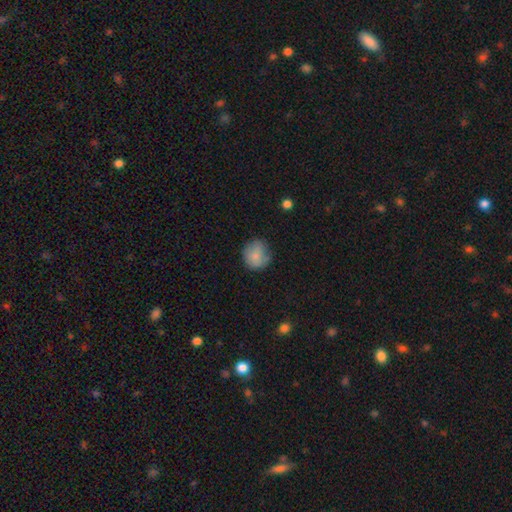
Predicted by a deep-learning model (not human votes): This appears to be a smooth galaxy with no disk features (80%) that is round (83%). Merging: none (67%).